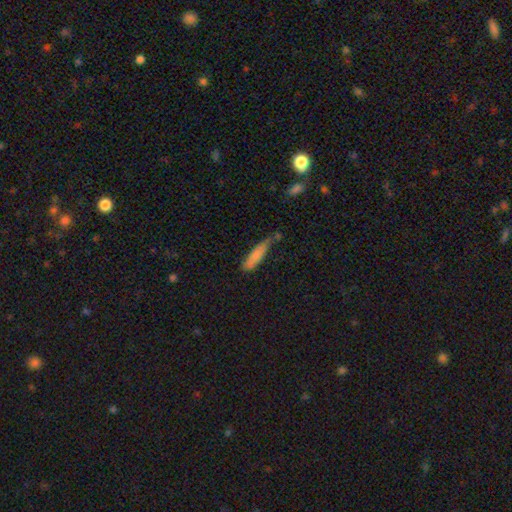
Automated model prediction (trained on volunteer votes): A smooth galaxy with no disk features (76%) that is cigar-shaped (73%).

Vote fractions:
- Smooth or featured? smooth: 76% / featured or disk: 16% / star or artifact: 7%
- How rounded? cigar-shaped: 73% / in between: 25% / round: 2%
- Merging? none: 45% / minor disturbance: 34% / major disturbance: 11% / merger: 10%